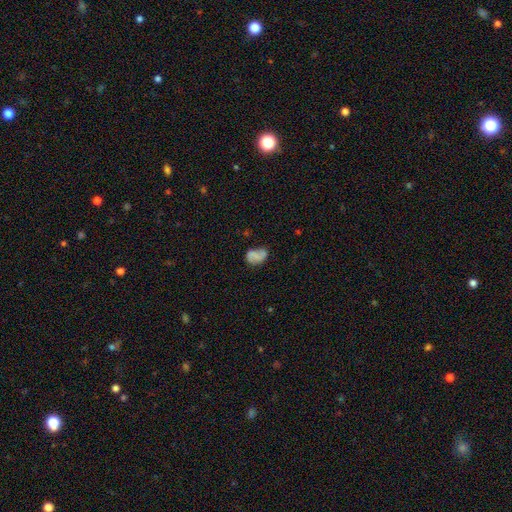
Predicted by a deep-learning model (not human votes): Smooth or featured? smooth (56%)
How rounded? in between (81%)
Merging? none (44%)